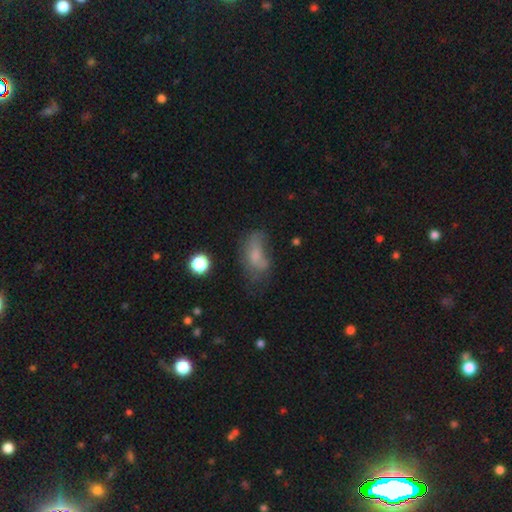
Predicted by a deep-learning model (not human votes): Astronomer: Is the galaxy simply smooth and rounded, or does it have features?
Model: smooth — 61%.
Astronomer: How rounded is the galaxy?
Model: in between — 85%.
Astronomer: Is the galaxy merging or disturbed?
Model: none — 32%, tied with major disturbance at 32%.